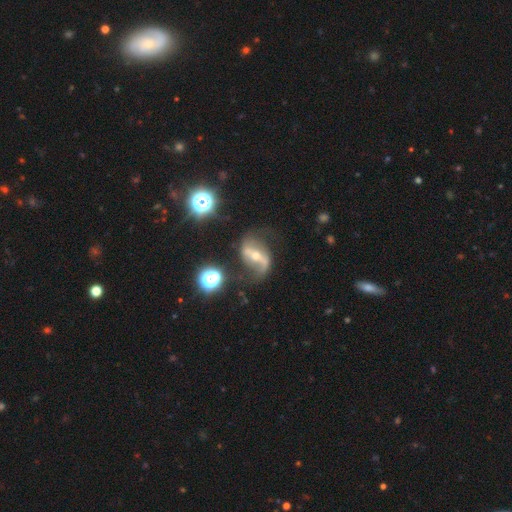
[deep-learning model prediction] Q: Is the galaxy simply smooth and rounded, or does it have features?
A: featured or disk — 83%.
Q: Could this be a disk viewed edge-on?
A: no — 94%.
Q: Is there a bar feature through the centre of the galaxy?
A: strong — 62%.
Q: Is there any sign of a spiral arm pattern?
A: yes — 91%.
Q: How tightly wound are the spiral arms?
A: loose — 68%.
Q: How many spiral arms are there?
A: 2 — 87%.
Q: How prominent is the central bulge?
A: small — 51%.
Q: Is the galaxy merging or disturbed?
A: none — 66%.